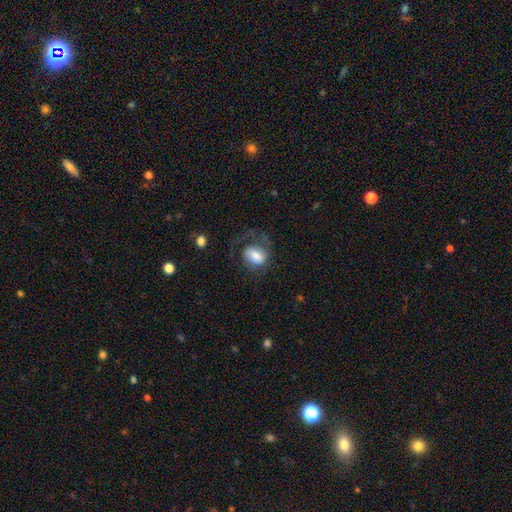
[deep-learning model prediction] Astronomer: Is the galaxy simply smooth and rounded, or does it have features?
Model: smooth — 53% (runner-up: featured or disk, 40%).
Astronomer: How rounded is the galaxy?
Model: in between — 62% (runner-up: round, 37%).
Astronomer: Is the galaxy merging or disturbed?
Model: none — 41% (runner-up: major disturbance, 36%).